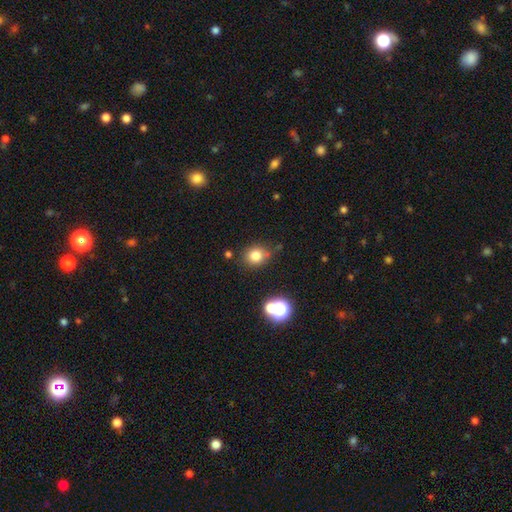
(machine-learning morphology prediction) Overall: smooth (78%). How rounded: round (69%; in between 30%). Merging: none (75%).